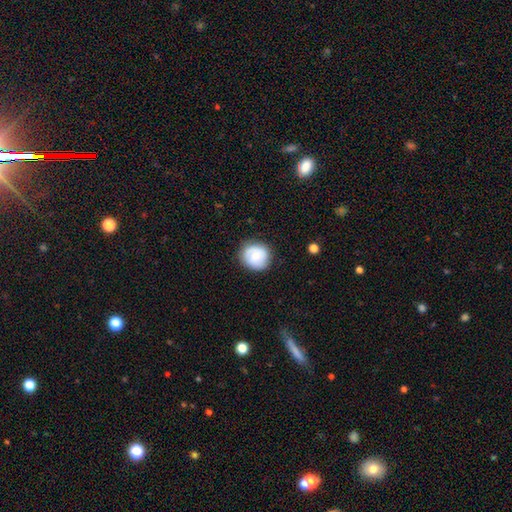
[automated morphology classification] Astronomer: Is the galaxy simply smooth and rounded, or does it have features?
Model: smooth — 63%.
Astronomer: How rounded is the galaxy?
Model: round — 85%.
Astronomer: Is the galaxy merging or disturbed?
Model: none — 81%.